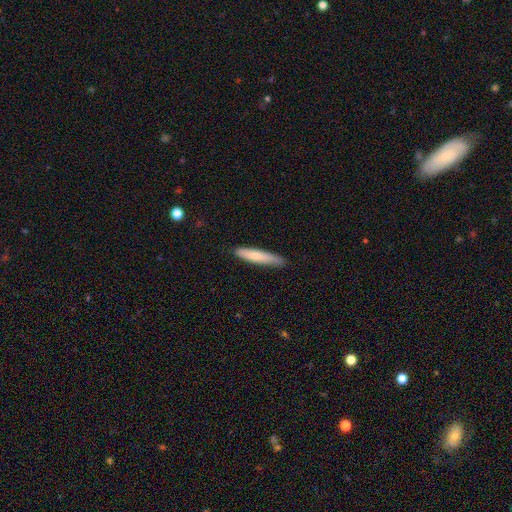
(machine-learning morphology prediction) A smooth galaxy with no disk features (73%) that is cigar-shaped (90%). Merging: none (84%).